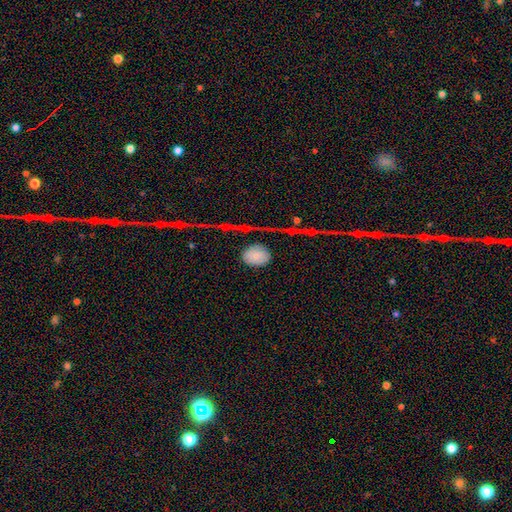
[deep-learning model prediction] Smooth or featured: smooth — 80% (star or artifact — 11%)
How rounded: in between — 62% (round — 37%)
Merging: none — 73% (minor disturbance — 18%)